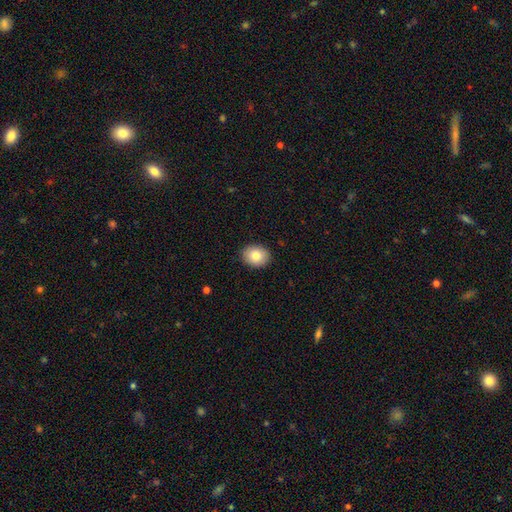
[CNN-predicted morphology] This is clearly a smooth galaxy (83%). How rounded: possibly round (53%). Merging: clearly none (89%).